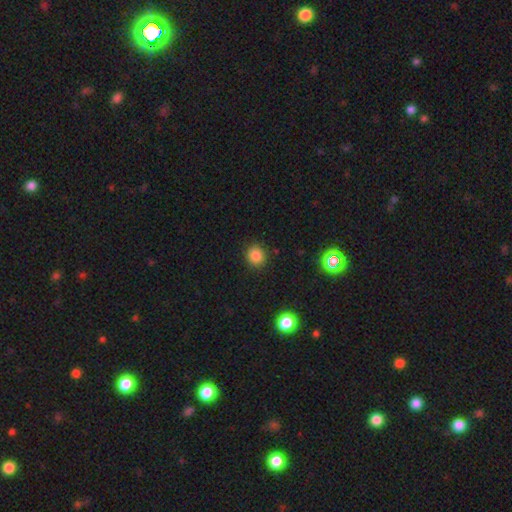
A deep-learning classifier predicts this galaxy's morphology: smooth_or_featured: smooth (p=0.82) [alt: star or artifact p=0.13]
how_rounded: round (p=0.82) [alt: in between p=0.17]
merging: none (p=0.90) [alt: minor disturbance p=0.07]